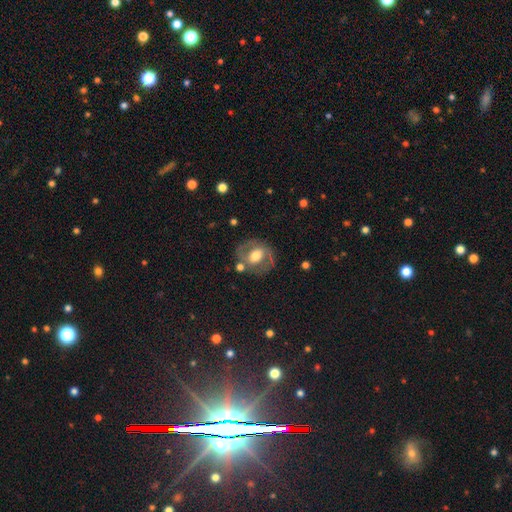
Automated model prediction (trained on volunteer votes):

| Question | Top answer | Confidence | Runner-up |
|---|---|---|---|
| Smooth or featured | featured or disk | 61% | smooth (32%) |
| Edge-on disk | no | 95% | yes (5%) |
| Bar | no | 41% | weak (37%) |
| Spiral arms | yes | 58% | no (42%) |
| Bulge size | moderate | 58% | large (29%) |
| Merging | none | 73% | minor disturbance (15%) |